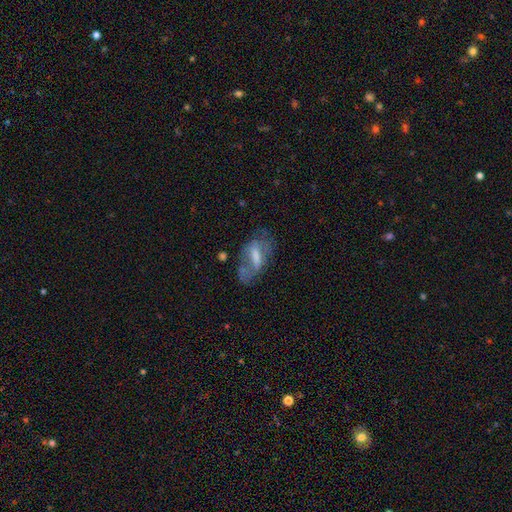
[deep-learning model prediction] A featured or disk galaxy (53%). Merging: none (47%).